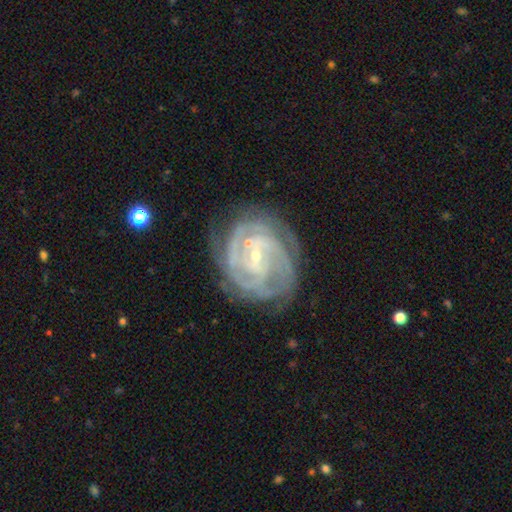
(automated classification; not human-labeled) Q: Smooth or featured?
A: featured or disk (87%); runner-up: smooth (7%)
Q: Edge-on disk?
A: no (97%); runner-up: yes (3%)
Q: Bar?
A: no (42%); runner-up: weak (40%)
Q: Spiral arms?
A: yes (96%); runner-up: no (4%)
Q: Spiral winding?
A: tight (73%); runner-up: medium (23%)
Q: Spiral arm count?
A: can't tell (25%); tied with: 3 (25%)
Q: Bulge size?
A: small (81%); runner-up: moderate (15%)
Q: Merging?
A: none (67%); runner-up: minor disturbance (19%)